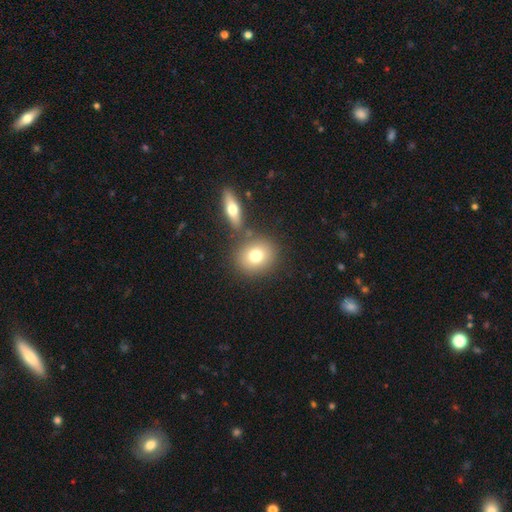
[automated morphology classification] smooth_or_featured: smooth (p=0.76) [alt: featured or disk p=0.14]
how_rounded: round (p=0.73) [alt: in between p=0.26]
merging: none (p=0.71) [alt: merger p=0.17]